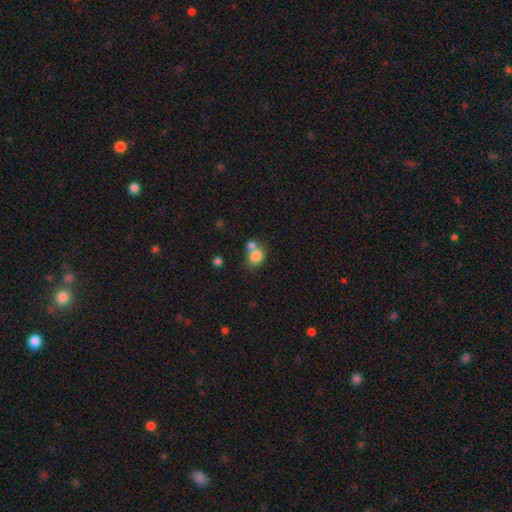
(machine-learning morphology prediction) The model was most divided on "merging": none: 44%, merger: 43%, minor disturbance: 10%, major disturbance: 4%. More confident: smooth or featured — smooth (81%); how rounded — round (60%).